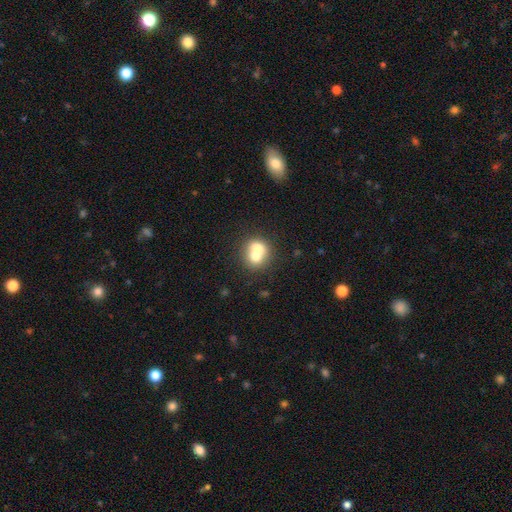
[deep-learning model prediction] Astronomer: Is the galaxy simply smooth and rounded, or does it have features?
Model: smooth — 65%.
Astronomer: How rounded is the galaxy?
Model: round — 73%.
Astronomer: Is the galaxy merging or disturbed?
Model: merger — 67%.